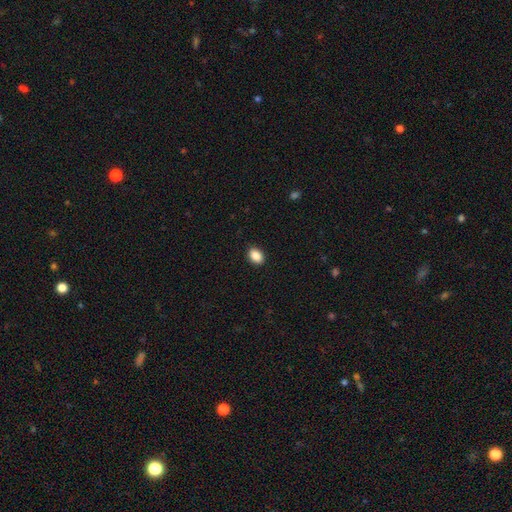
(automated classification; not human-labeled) Q: Smooth or featured?
A: smooth (89%); runner-up: star or artifact (8%)
Q: How rounded?
A: in between (79%); runner-up: round (20%)
Q: Merging?
A: none (90%); runner-up: minor disturbance (7%)